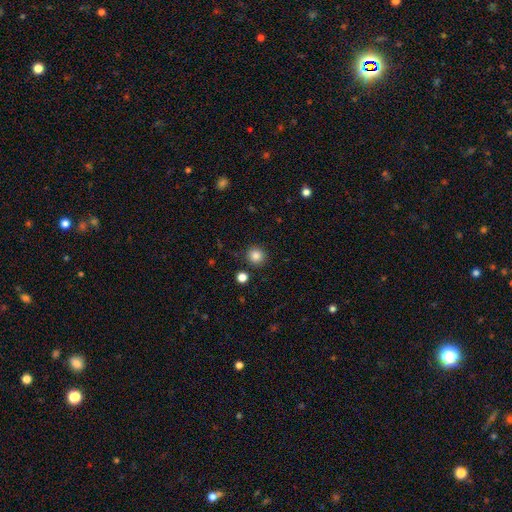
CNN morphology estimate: Smooth or featured? Predicted: smooth (p=0.85). How rounded? Predicted: round (p=0.93). Merging? Predicted: none (p=0.90).